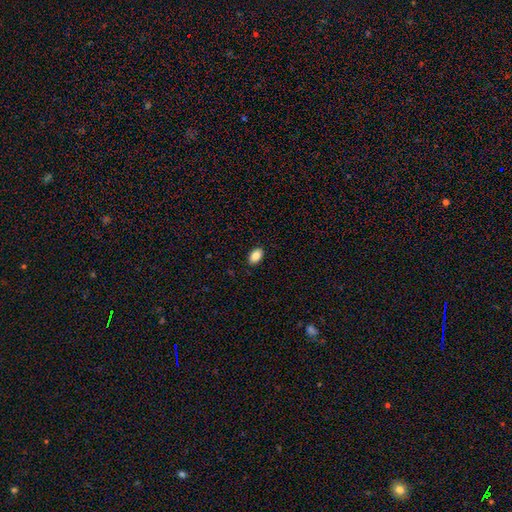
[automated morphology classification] smooth-or-featured: smooth: 86% | star or artifact: 8% | featured or disk: 6%
  how-rounded: in between: 90% | round: 9% | cigar-shaped: 1%
  merging: none: 89% | minor disturbance: 8% | major disturbance: 2% | merger: 1%